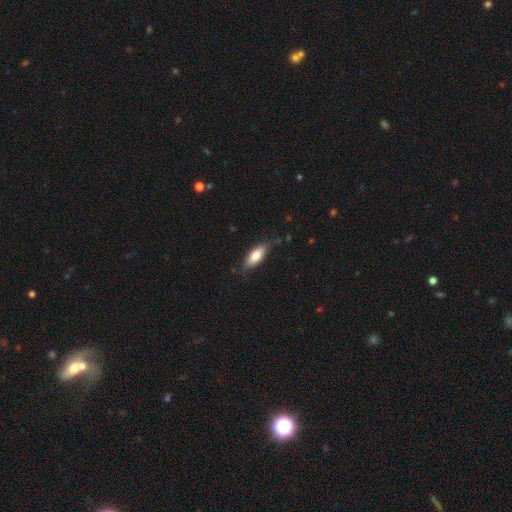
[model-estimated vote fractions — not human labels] A smooth galaxy with no disk features (76%) that is in between round and cigar-shaped (77%). Merging: none (70%).